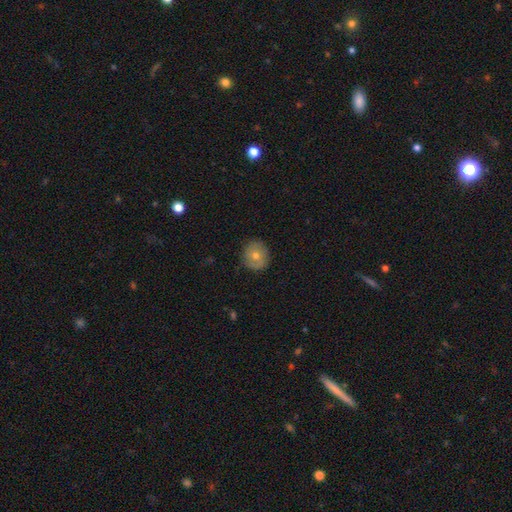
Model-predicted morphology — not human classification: Smooth or featured: smooth — 59% (featured or disk — 31%)
How rounded: round — 88% (in between — 11%)
Merging: none — 85% (minor disturbance — 11%)